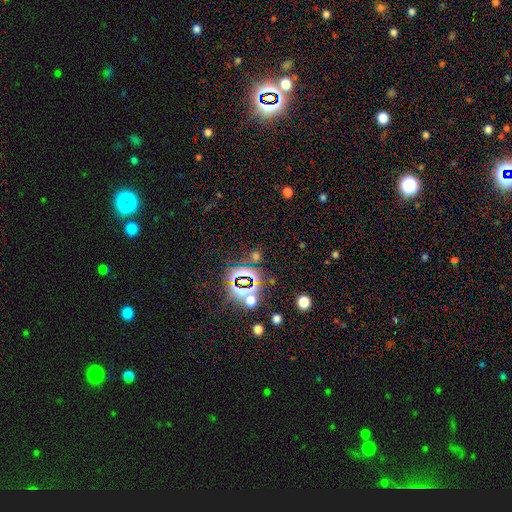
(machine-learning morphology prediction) Smooth or featured?
  - star or artifact: 74% *
  - smooth: 19%
  - featured or disk: 8%